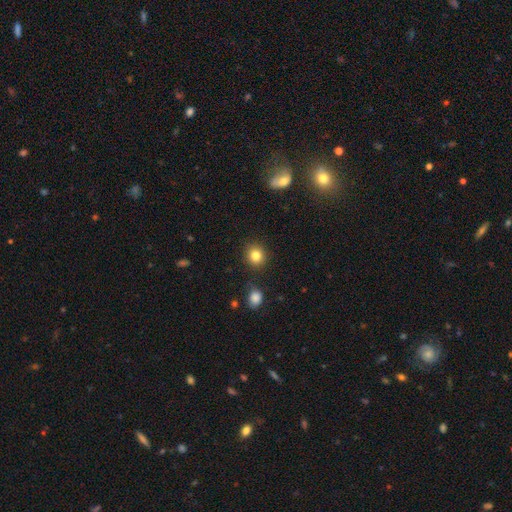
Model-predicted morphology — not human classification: A smooth galaxy with no disk features (83%) that is round (85%). Merging: none (88%).